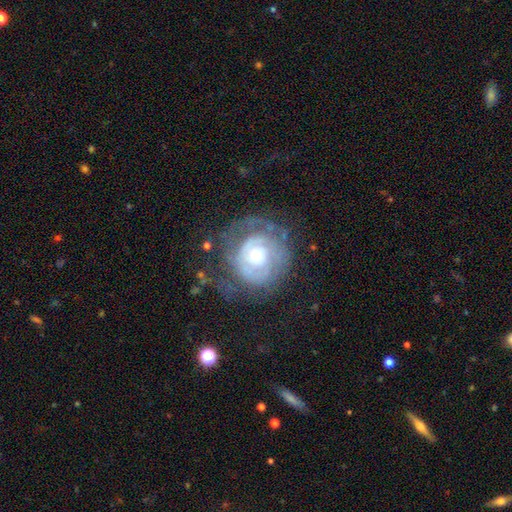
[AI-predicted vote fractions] The model was most divided on "bulge size": small: 50%, moderate: 39%, large: 8%, none: 2%, dominant: 2%. Remaining: edge-on disk — no (97%); spiral arms — yes (82%); bar — no (81%); smooth or featured — featured or disk (76%); spiral winding — tight (71%); merging — none (59%); spiral arm count — can't tell (46%).